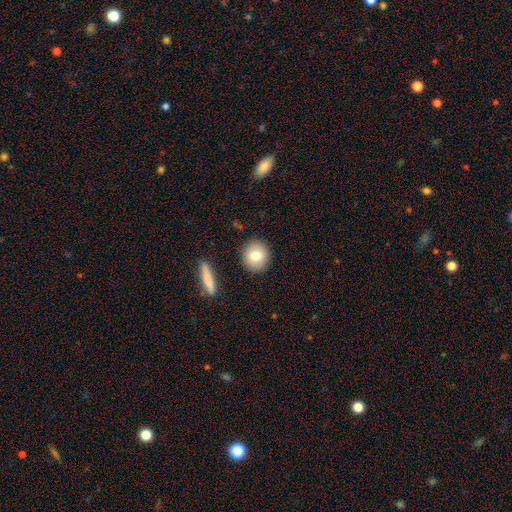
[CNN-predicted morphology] smooth-or-featured: smooth: 78% | featured or disk: 14% | star or artifact: 8%
  how-rounded: round: 81% | in between: 17% | cigar-shaped: 2%
  merging: none: 89% | minor disturbance: 7% | major disturbance: 2% | merger: 2%